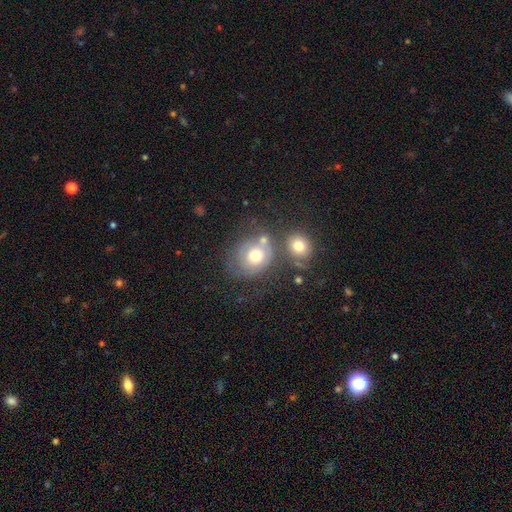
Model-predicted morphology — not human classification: This is possibly a smooth galaxy (52%). How rounded: likely round (74%). Merging: marginally none (44%).